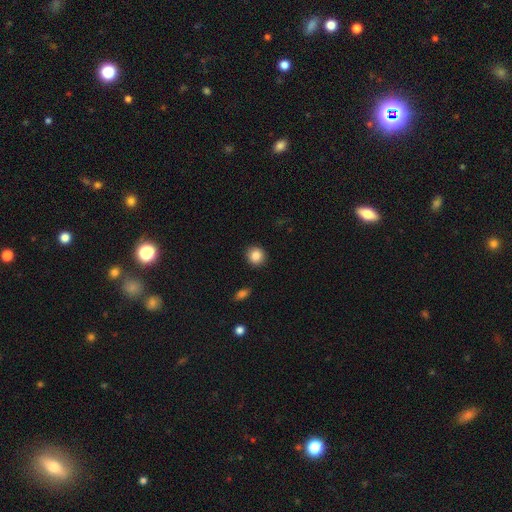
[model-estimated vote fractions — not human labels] smooth-or-featured: smooth: 86% | star or artifact: 9% | featured or disk: 5%
  how-rounded: round: 90% | in between: 9% | cigar-shaped: 1%
  merging: none: 91% | minor disturbance: 6% | major disturbance: 2% | merger: 1%